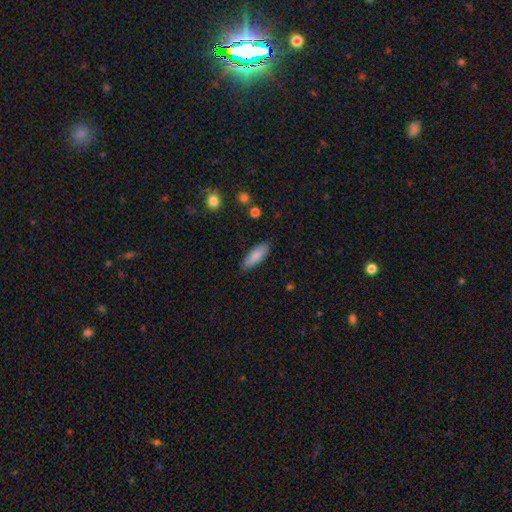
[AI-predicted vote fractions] Morphology: type=smooth (84%); roundness=in between (61%); merging=none (85%).